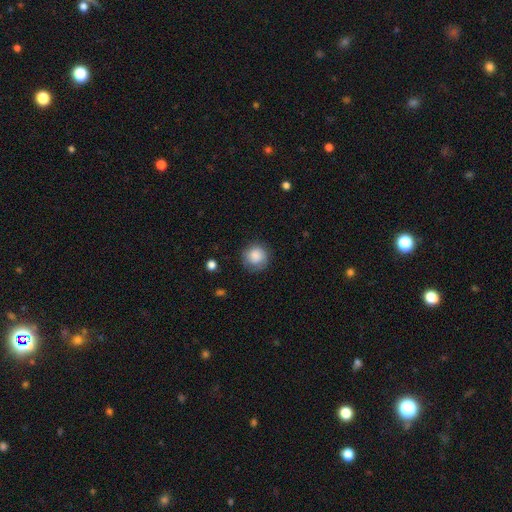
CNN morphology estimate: Q: Smooth or featured?
A: smooth (84%); runner-up: featured or disk (9%)
Q: How rounded?
A: round (92%); runner-up: in between (7%)
Q: Merging?
A: none (78%); runner-up: minor disturbance (15%)